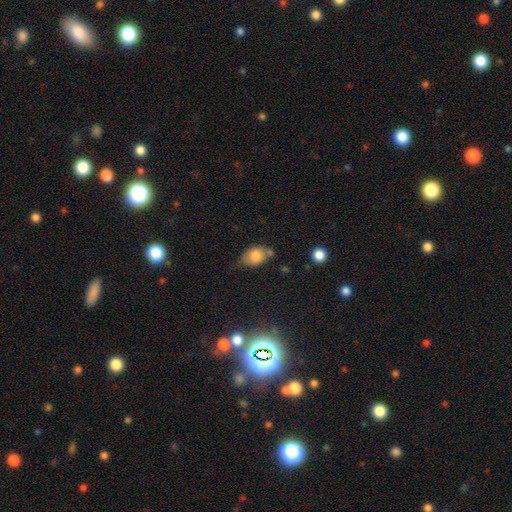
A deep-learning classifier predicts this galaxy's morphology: smooth_or_featured: smooth (p=0.79) [alt: featured or disk p=0.11]
how_rounded: in between (p=0.79) [alt: round p=0.19]
merging: none (p=0.47) [alt: minor disturbance p=0.32]